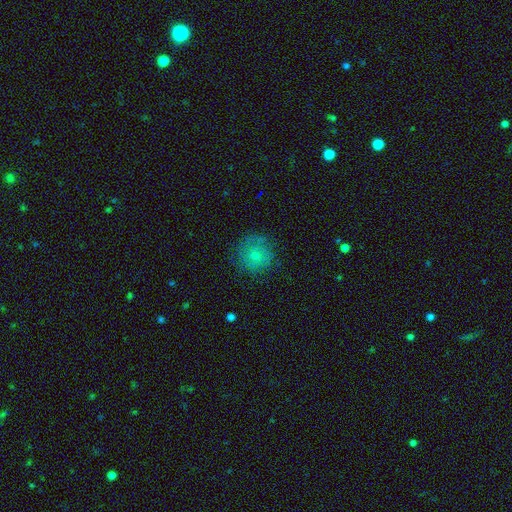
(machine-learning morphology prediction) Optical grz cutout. It shows a smooth galaxy with no disk features (66%) that is round (93%). Merging: none (82%).